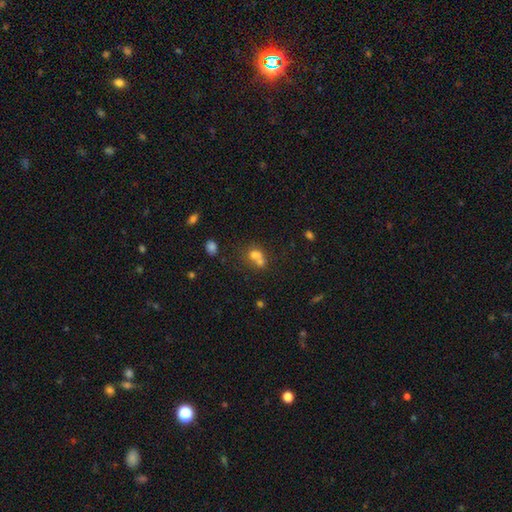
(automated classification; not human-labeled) smooth 64%, featured or disk 20%, star or artifact 16%. Down the decision tree: how rounded — round (64%); merging — merger (61%).